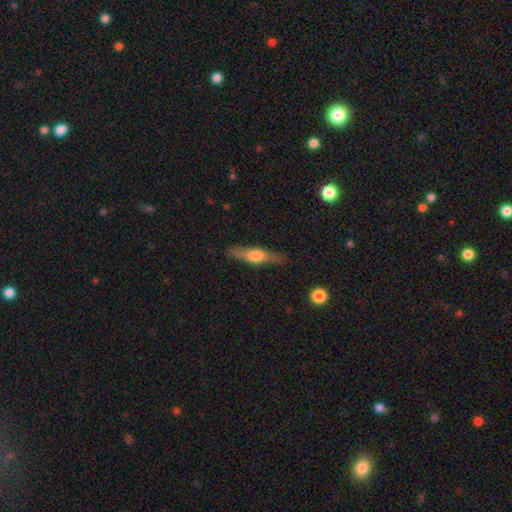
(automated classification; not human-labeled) Smooth or featured: featured or disk — 54% (smooth — 41%)
Edge-on disk: yes — 91% (no — 9%)
Merging: none — 85% (minor disturbance — 11%)